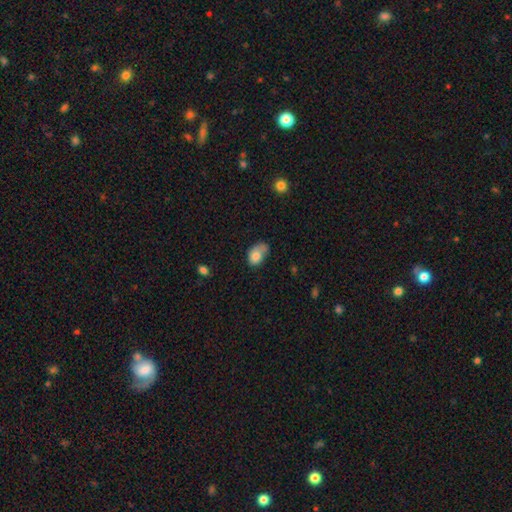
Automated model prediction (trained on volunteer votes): Smooth or featured? smooth (78%)
How rounded? in between (81%)
Merging? minor disturbance (34%)